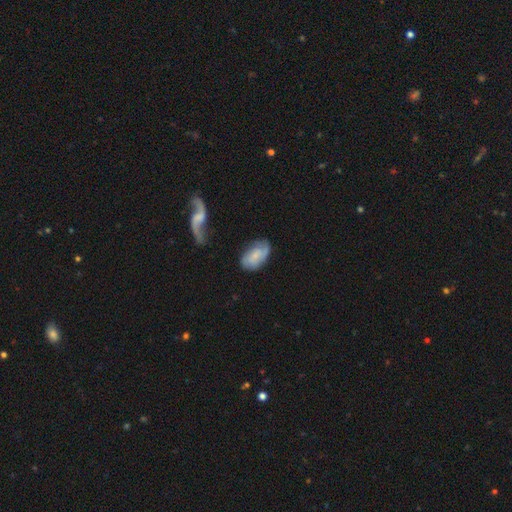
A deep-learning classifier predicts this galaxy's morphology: This is possibly a featured or disk galaxy (48%). Merging: possibly none (58%).